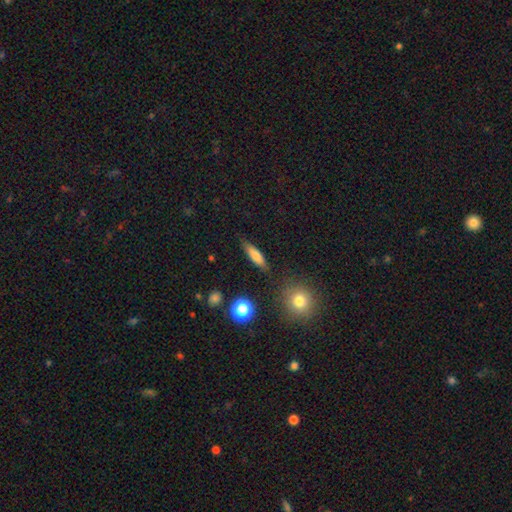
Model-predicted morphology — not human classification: The model was most divided on "how rounded": cigar-shaped: 61%, in between: 35%, round: 4%. More confident: merging — none (82%); smooth or featured — smooth (72%).